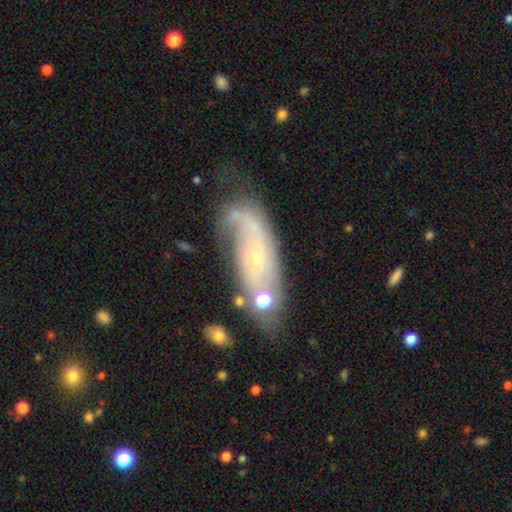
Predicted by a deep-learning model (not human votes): A featured or disk galaxy (63%) with no bar (78%), spiral arms (72%) and a small central bulge (80%). Merging: none (42%).